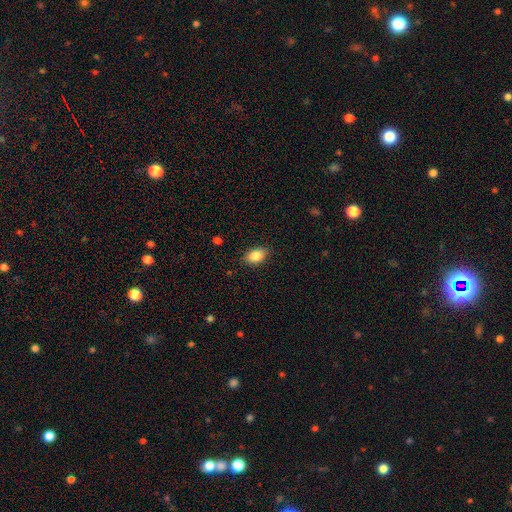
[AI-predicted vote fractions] Overall: smooth (86%). How rounded: in between (88%). Merging: none (85%).